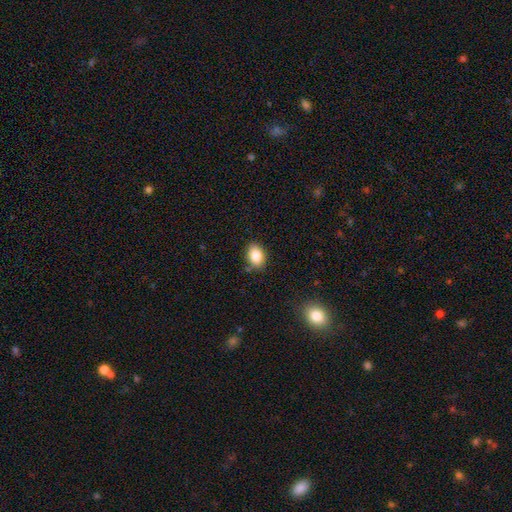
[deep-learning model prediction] Smooth or featured?
  - smooth: 84% *
  - star or artifact: 9%
  - featured or disk: 7%
How rounded?
  - in between: 70% *
  - round: 29%
  - cigar-shaped: 1%
Merging?
  - none: 80% *
  - minor disturbance: 14%
  - merger: 3%
  - major disturbance: 3%